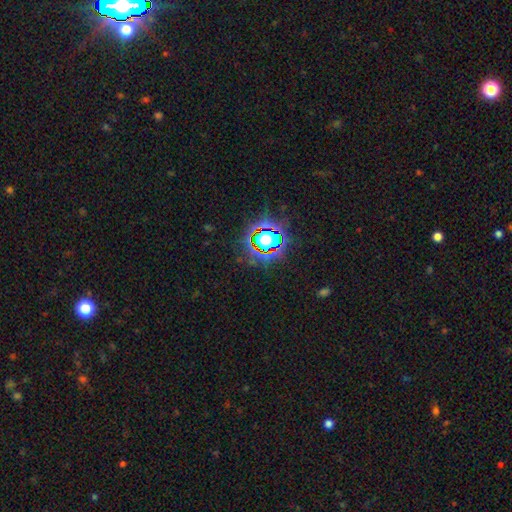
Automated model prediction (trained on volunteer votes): This is clearly a star or artifact rather than a galaxy (81%).